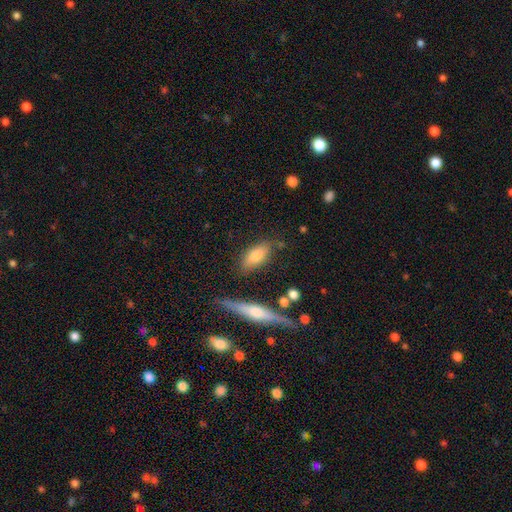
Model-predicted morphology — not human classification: A smooth galaxy with no disk features (73%) that is in between round and cigar-shaped (76%).

Vote fractions:
- Smooth or featured? smooth: 73% / featured or disk: 19% / star or artifact: 8%
- How rounded? in between: 76% / cigar-shaped: 20% / round: 4%
- Merging? none: 75% / minor disturbance: 16% / major disturbance: 4% / merger: 4%